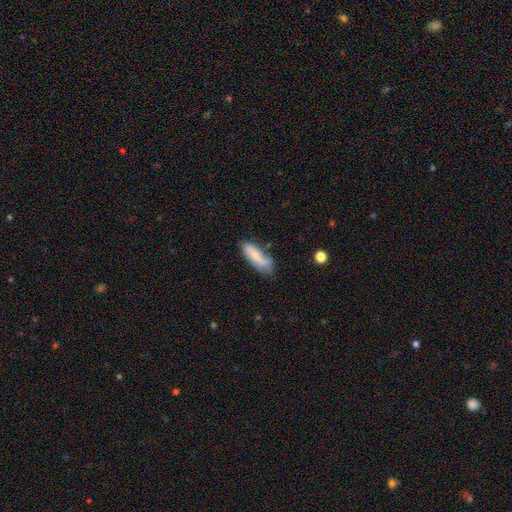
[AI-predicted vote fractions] A smooth galaxy with no disk features (60%) that is in between round and cigar-shaped (54%). Merging: none (61%).